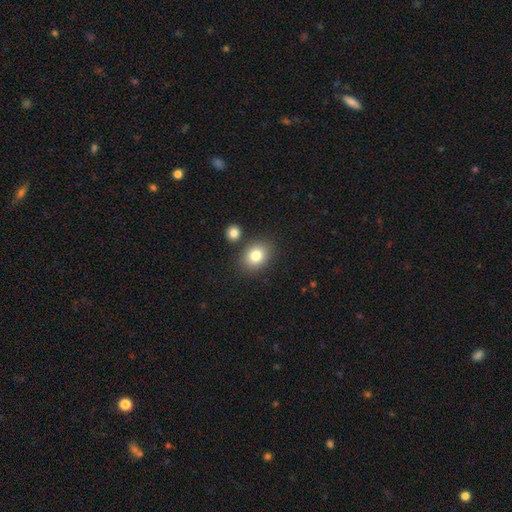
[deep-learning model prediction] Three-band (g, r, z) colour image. It shows a smooth galaxy with no disk features (82%) that is in between round and cigar-shaped (55%). Merging: none (79%).